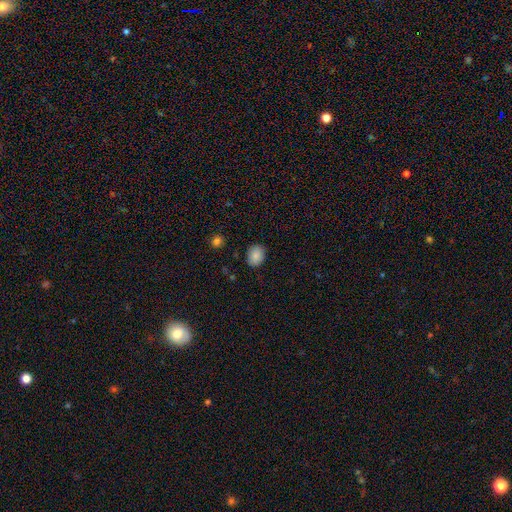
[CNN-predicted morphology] This appears to be a smooth galaxy with no disk features (87%) that is in between round and cigar-shaped (62%). Merging: none (86%).